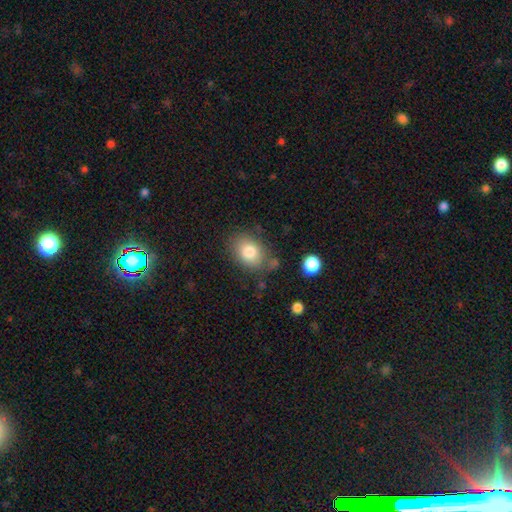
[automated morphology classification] A smooth galaxy with no disk features (78%) that is in between round and cigar-shaped (64%). Merging: none (76%).